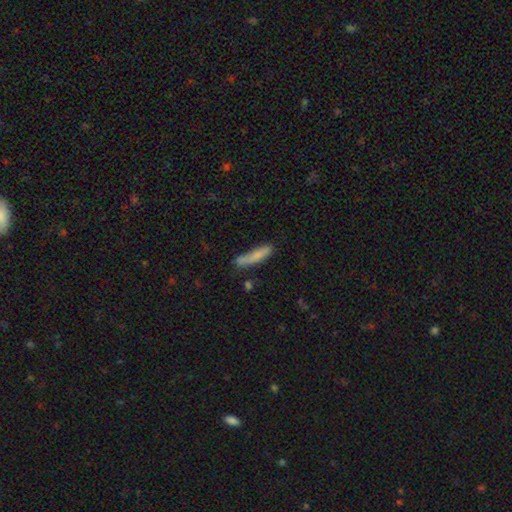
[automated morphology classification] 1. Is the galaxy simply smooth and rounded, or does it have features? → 76% smooth, 17% featured or disk, 7% star or artifact.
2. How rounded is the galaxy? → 83% cigar-shaped, 15% in between, 2% round.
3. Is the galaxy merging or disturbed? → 66% none, 22% minor disturbance, 6% merger, 5% major disturbance.